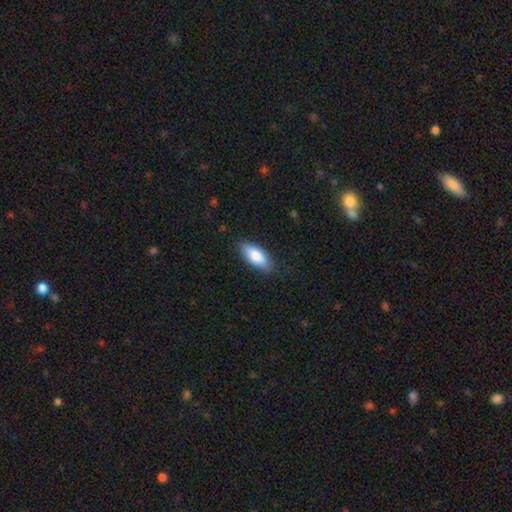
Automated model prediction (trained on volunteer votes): This appears to be a smooth galaxy with no disk features (82%) that is in between round and cigar-shaped (81%). Merging: none (85%).